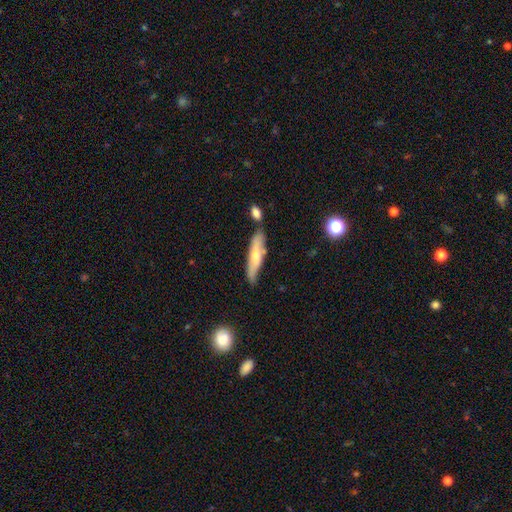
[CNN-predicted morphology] smooth-or-featured: smooth: 56% | featured or disk: 38% | star or artifact: 6%
  how-rounded: cigar-shaped: 75% | in between: 24% | round: 2%
  merging: none: 64% | minor disturbance: 20% | merger: 13% | major disturbance: 4%